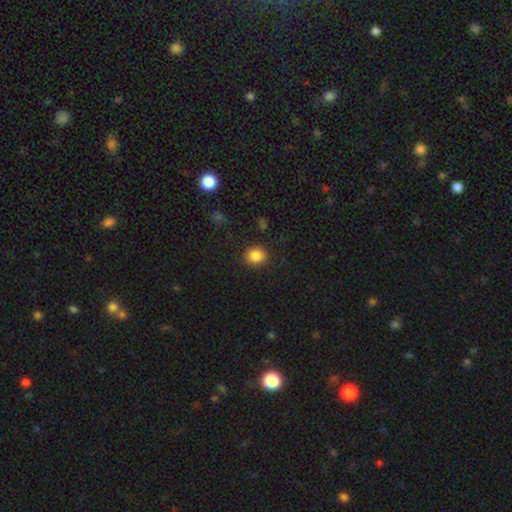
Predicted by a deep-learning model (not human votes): smooth-or-featured: smooth: 86% | star or artifact: 10% | featured or disk: 4%
  how-rounded: round: 69% | in between: 30% | cigar-shaped: 1%
  merging: none: 88% | minor disturbance: 8% | major disturbance: 3% | merger: 1%